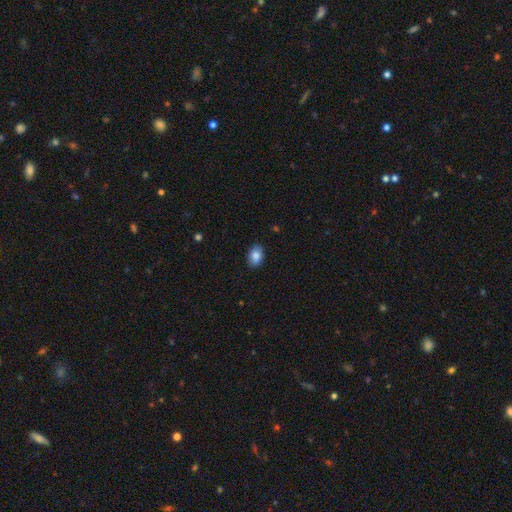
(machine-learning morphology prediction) smooth 85%, star or artifact 8%, featured or disk 7%. Down the decision tree: how rounded — in between (84%); merging — none (88%).